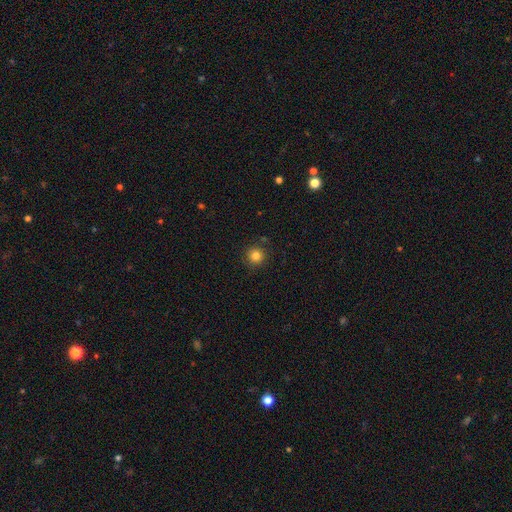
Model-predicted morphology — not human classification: smooth 82%, star or artifact 12%, featured or disk 5%. Down the decision tree: how rounded — round (94%); merging — none (88%).